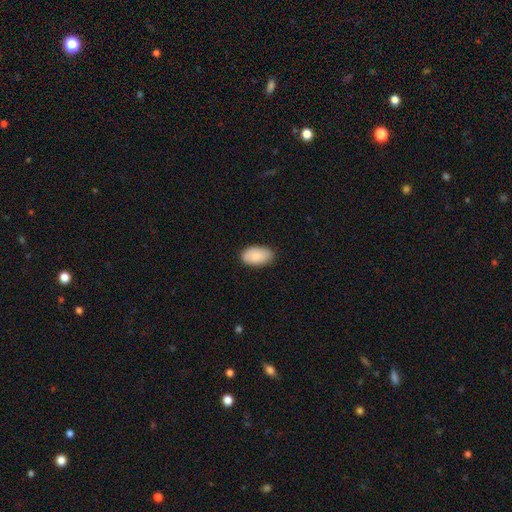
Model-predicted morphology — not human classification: smooth-or-featured: smooth: 88% | star or artifact: 6% | featured or disk: 6%
  how-rounded: in between: 95% | round: 3% | cigar-shaped: 1%
  merging: none: 85% | minor disturbance: 12% | major disturbance: 2% | merger: 1%